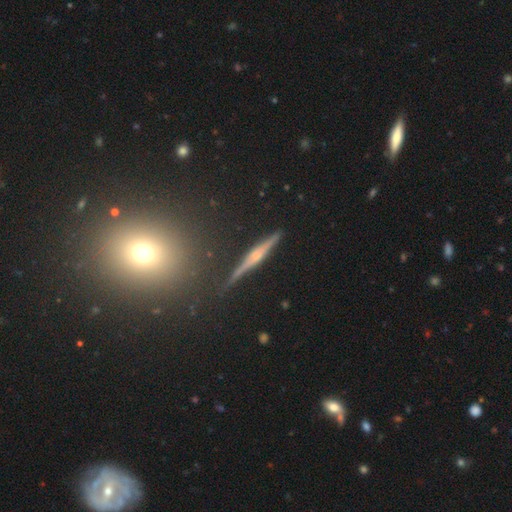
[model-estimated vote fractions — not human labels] This appears to be a featured or disk galaxy (72%) viewed edge-on (97%) with a rounded central bulge (60%). Merging: none (88%).